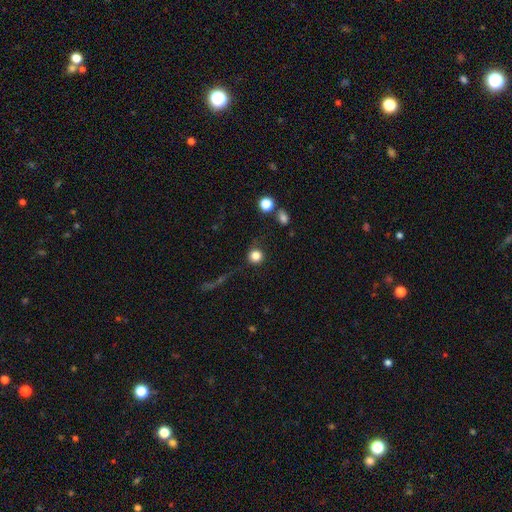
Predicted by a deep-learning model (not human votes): A smooth galaxy with no disk features (83%) that is round (92%). Merging: none (73%).